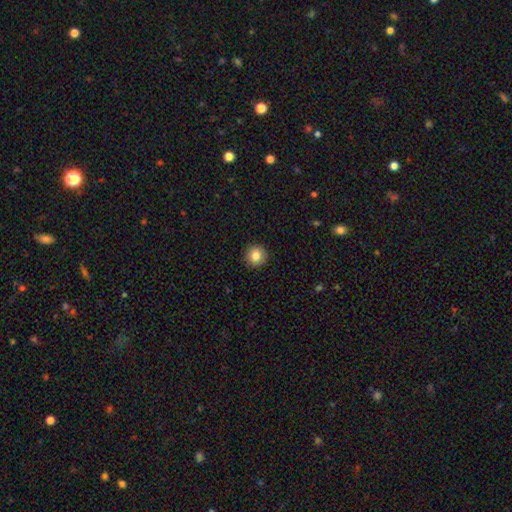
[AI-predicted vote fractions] A smooth galaxy with no disk features (84%) that is round (94%).

Vote fractions:
- Smooth or featured? smooth: 84% / star or artifact: 10% / featured or disk: 6%
- How rounded? round: 94% / in between: 5% / cigar-shaped: 1%
- Merging? none: 93% / minor disturbance: 5% / major disturbance: 2% / merger: 1%